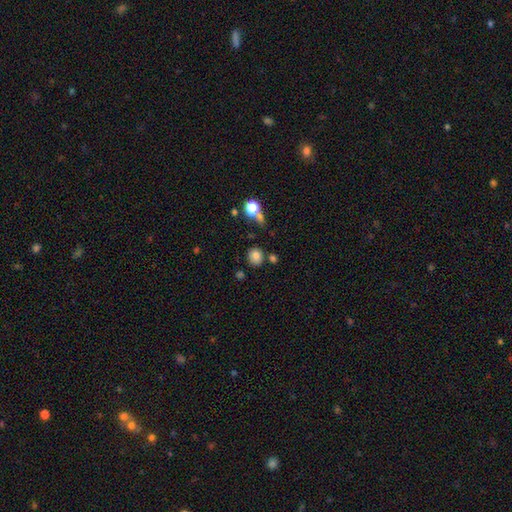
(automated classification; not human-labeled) A smooth galaxy with no disk features (80%) that is round (81%). Merging: none (78%).